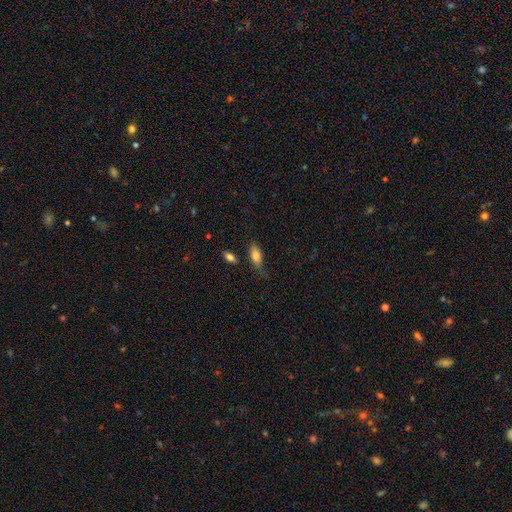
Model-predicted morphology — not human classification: type=smooth (78%); roundness=in between (84%); merging=none (57%).